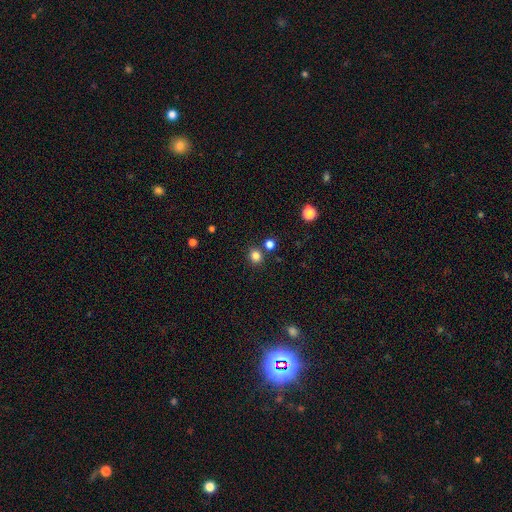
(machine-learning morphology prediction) smooth-or-featured: smooth: 82% | star or artifact: 14% | featured or disk: 4%
  how-rounded: round: 83% | in between: 16% | cigar-shaped: 1%
  merging: none: 80% | merger: 9% | minor disturbance: 8% | major disturbance: 3%